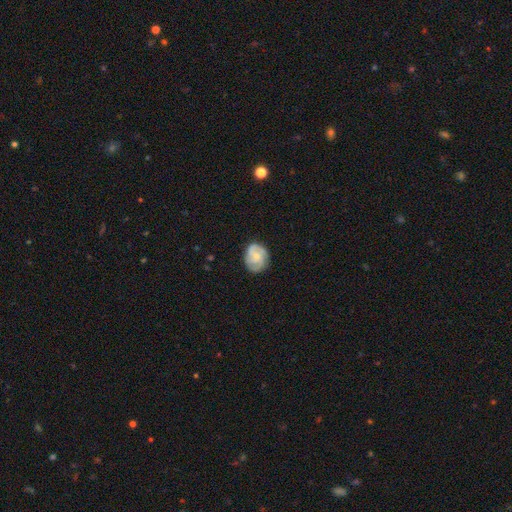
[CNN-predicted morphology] This is likely a featured or disk galaxy (65%). It is clearly not viewed edge-on (98%). Bar: likely no (67%). Spiral arm pattern: clearly yes (92%). Spiral arm count: marginally 3 (42%). Spiral winding: possibly tight (50%). Central bulge: possibly small (59%). Merging: likely none (77%).